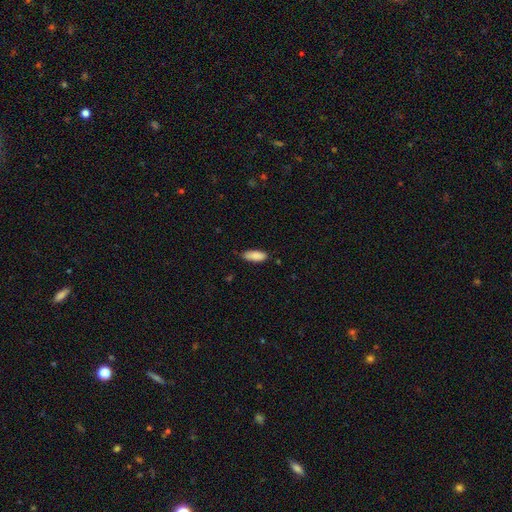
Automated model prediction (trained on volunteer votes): Morphology: type=smooth (89%); roundness=in between (76%); merging=none (80%).